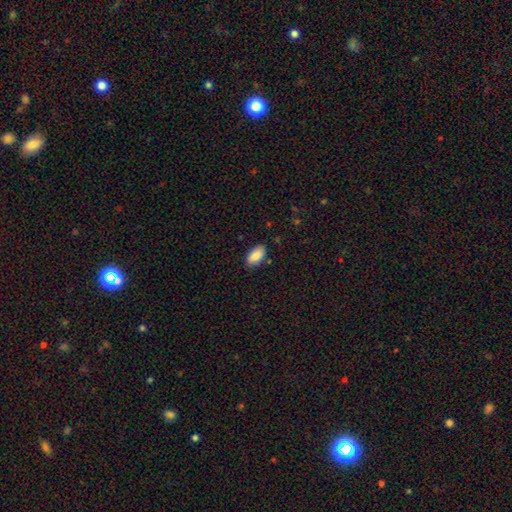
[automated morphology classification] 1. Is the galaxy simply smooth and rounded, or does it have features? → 88% smooth, 7% star or artifact, 6% featured or disk.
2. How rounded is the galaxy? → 94% in between, 4% cigar-shaped, 3% round.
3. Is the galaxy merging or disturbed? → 84% none, 12% minor disturbance, 2% major disturbance, 1% merger.